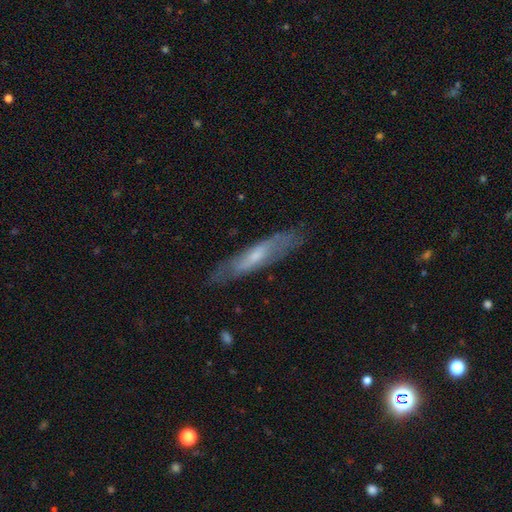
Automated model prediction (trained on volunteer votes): A featured or disk galaxy (53%) viewed edge-on (53%). Merging: none (79%).